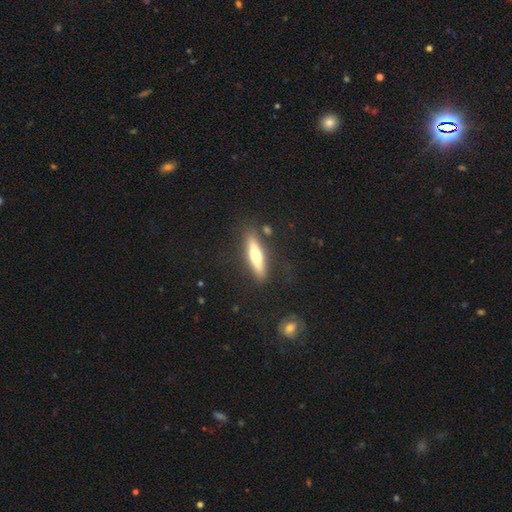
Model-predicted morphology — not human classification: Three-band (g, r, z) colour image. It shows a smooth galaxy with no disk features (52%) that is cigar-shaped (81%). Merging: none (82%).